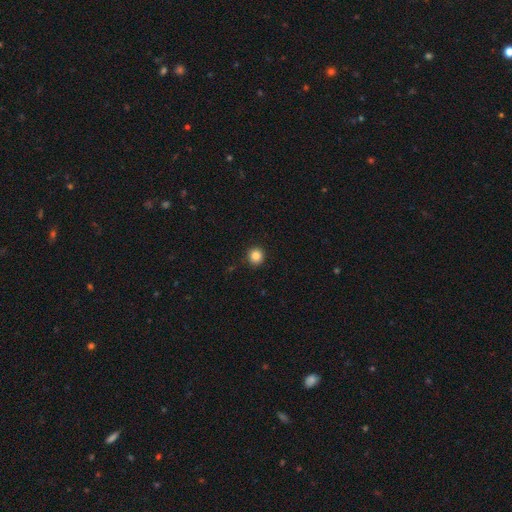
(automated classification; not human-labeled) Smooth or featured?
  - smooth: 86% *
  - star or artifact: 11%
  - featured or disk: 4%
How rounded?
  - round: 92% *
  - in between: 7%
  - cigar-shaped: 1%
Merging?
  - none: 91% *
  - minor disturbance: 6%
  - major disturbance: 2%
  - merger: 1%